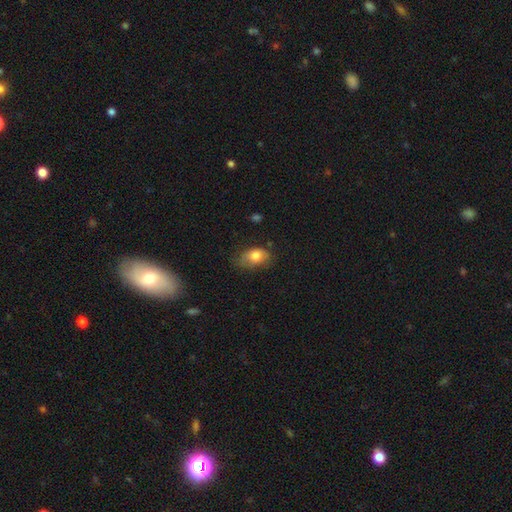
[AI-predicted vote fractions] The model was most divided on "merging": none: 53%, minor disturbance: 34%, major disturbance: 11%, merger: 2%. More confident: how rounded — in between (85%); smooth or featured — smooth (78%).